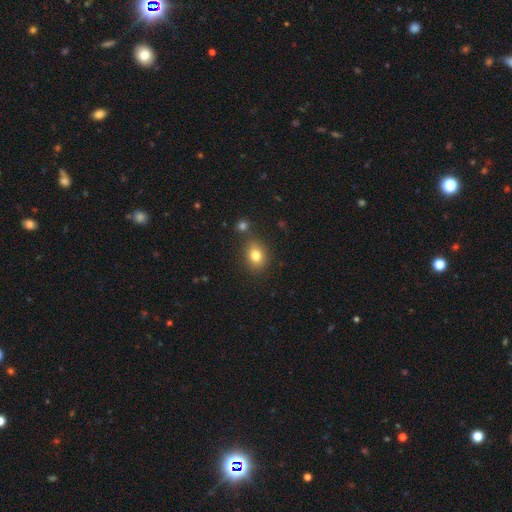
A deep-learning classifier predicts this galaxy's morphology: Smooth or featured? smooth (80%)
How rounded? in between (52%)
Merging? none (75%)